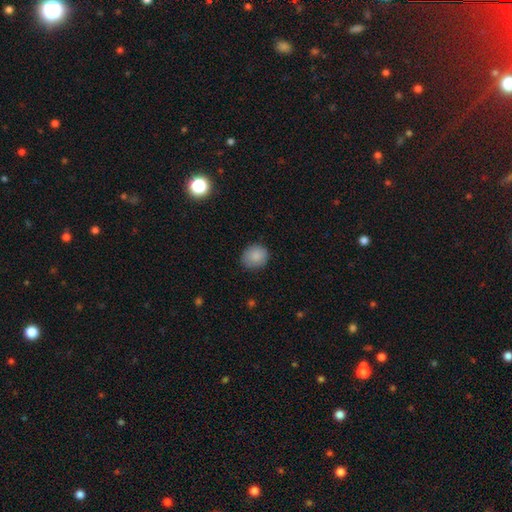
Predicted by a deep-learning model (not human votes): Smooth or featured? smooth (87%)
How rounded? round (75%)
Merging? none (82%)